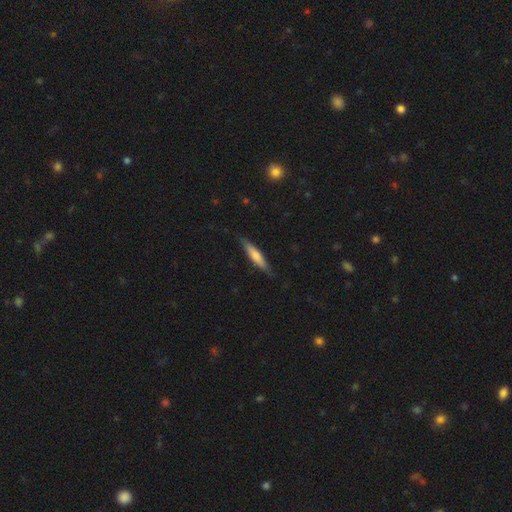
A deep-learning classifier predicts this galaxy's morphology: Overall: smooth (61%; featured or disk 33%). How rounded: cigar-shaped (86%). Merging: none (83%).